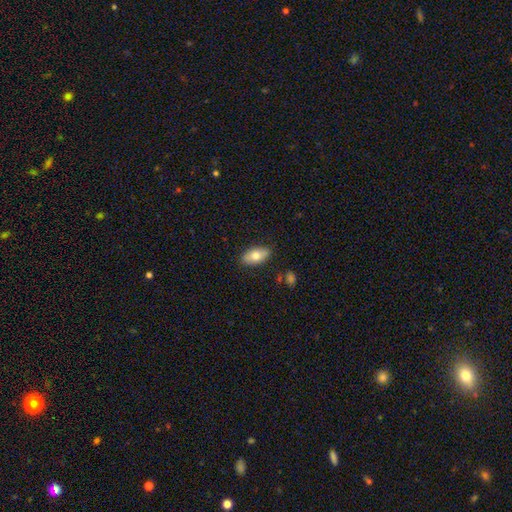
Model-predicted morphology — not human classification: Smooth or featured? Predicted: smooth (p=0.74). How rounded? Predicted: in between (p=0.91). Merging? Predicted: none (p=0.86).